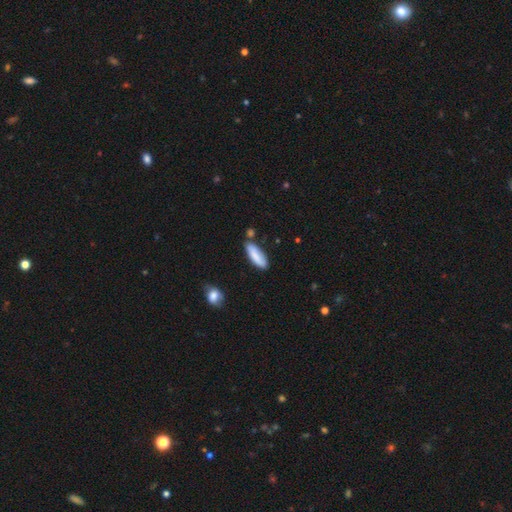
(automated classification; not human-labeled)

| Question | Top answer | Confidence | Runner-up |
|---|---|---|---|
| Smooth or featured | smooth | 82% | featured or disk (12%) |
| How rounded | in between | 52% | cigar-shaped (46%) |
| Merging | none | 72% | minor disturbance (18%) |